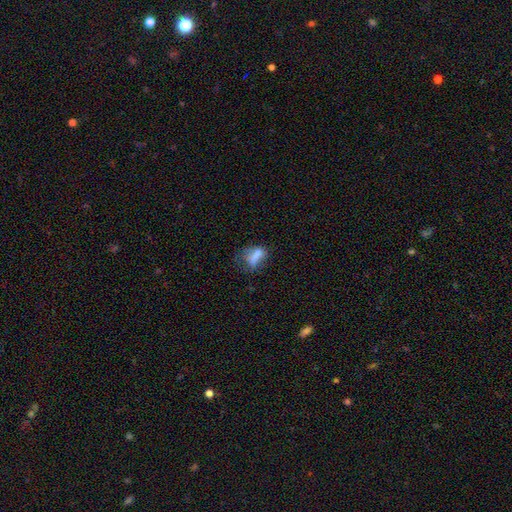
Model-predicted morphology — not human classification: smooth-or-featured: smooth: 64% | featured or disk: 24% | star or artifact: 13%
  how-rounded: in between: 70% | cigar-shaped: 17% | round: 13%
  merging: none: 33% | major disturbance: 31% | minor disturbance: 26% | merger: 10%